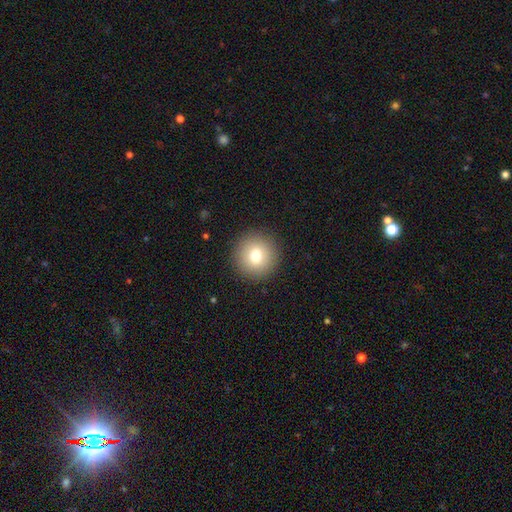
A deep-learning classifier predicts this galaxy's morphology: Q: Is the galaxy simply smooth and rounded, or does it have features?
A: smooth — 77%.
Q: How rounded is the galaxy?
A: round — 95%.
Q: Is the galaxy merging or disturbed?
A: none — 91%.